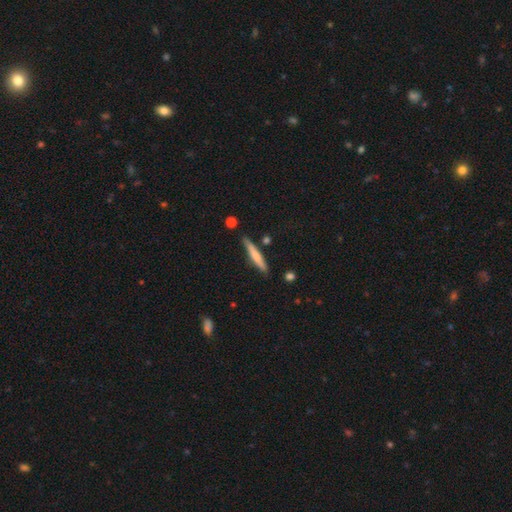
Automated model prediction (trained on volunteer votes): smooth_or_featured: smooth (p=0.60) [alt: featured or disk p=0.35]
how_rounded: cigar-shaped (p=0.93) [alt: in between p=0.05]
merging: none (p=0.84) [alt: minor disturbance p=0.11]